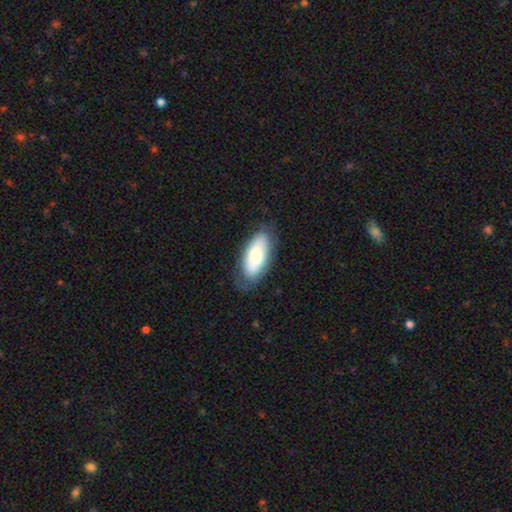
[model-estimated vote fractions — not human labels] This appears to be a smooth galaxy with no disk features (66%) that is in between round and cigar-shaped (90%). Merging: none (71%).